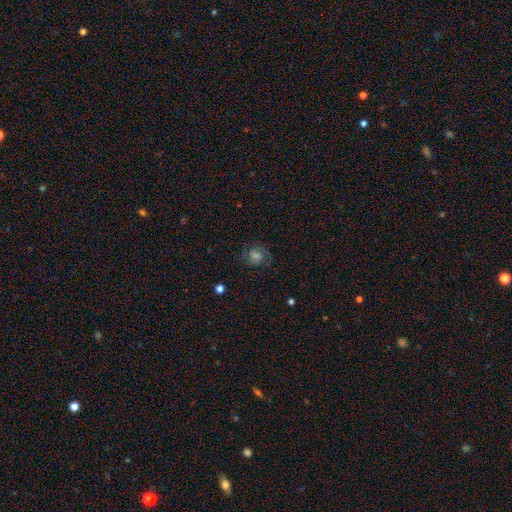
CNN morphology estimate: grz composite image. It shows a featured or disk galaxy (55%) with no bar (63%), spiral arms (89%) and a moderate central bulge (50%). Merging: none (77%).